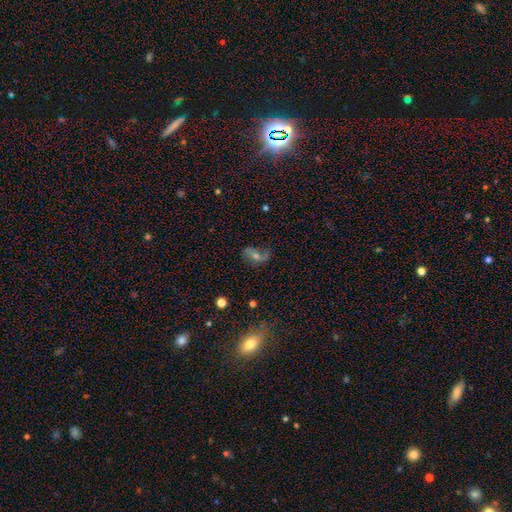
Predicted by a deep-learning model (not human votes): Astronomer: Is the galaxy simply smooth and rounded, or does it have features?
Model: featured or disk — 59%.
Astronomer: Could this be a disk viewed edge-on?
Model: no — 94%.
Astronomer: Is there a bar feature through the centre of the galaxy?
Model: no — 51% (runner-up: weak, 35%).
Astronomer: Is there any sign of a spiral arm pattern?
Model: yes — 81%.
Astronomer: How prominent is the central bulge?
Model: moderate — 53% (runner-up: small, 38%).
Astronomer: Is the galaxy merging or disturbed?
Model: none — 57%.